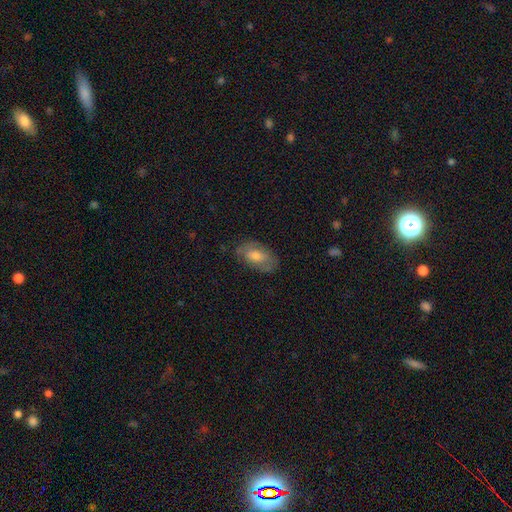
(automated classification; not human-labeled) Overall: smooth (50%; featured or disk 41%). How rounded: in between (90%). Merging: none (75%).